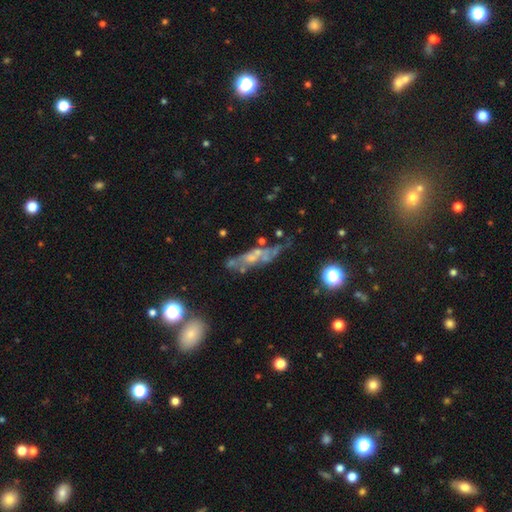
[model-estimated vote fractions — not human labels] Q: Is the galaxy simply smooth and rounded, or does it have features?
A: featured or disk — 57%.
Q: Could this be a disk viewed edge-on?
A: no — 70%.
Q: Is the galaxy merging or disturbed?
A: none — 40%.